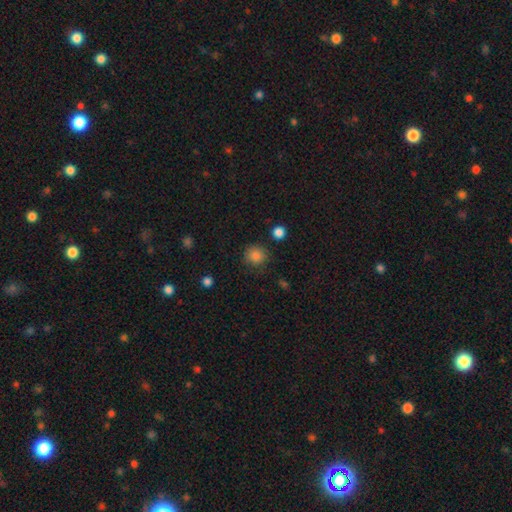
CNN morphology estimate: Smooth or featured?
  - smooth: 85% *
  - star or artifact: 11%
  - featured or disk: 4%
How rounded?
  - round: 91% *
  - in between: 8%
  - cigar-shaped: 1%
Merging?
  - none: 83% *
  - minor disturbance: 11%
  - major disturbance: 4%
  - merger: 2%